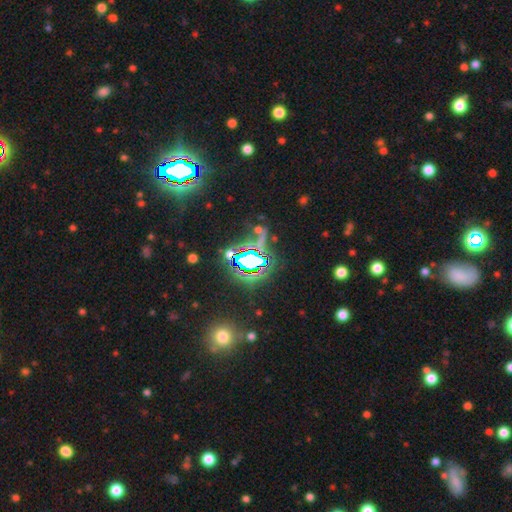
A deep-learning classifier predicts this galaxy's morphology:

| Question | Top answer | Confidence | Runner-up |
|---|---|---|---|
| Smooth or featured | star or artifact | 78% | smooth (12%) |